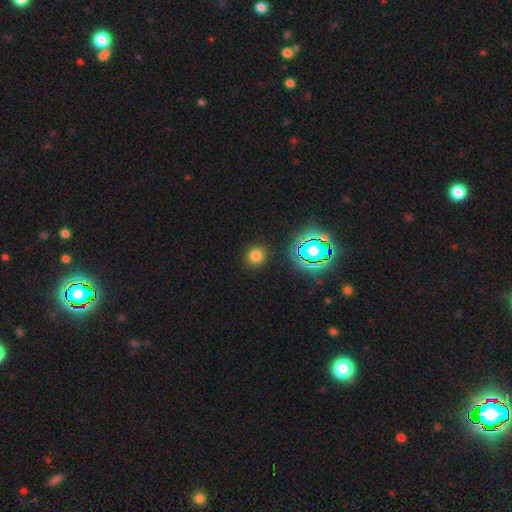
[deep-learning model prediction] Smooth or featured? smooth (72%)
How rounded? round (90%)
Merging? none (89%)